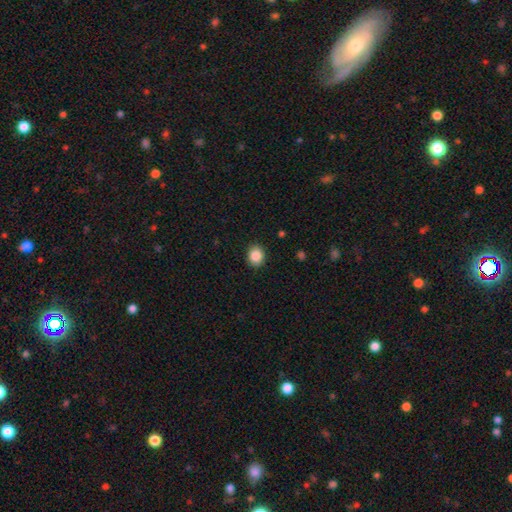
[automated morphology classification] Overall: smooth (87%). How rounded: round (71%). Merging: none (90%).